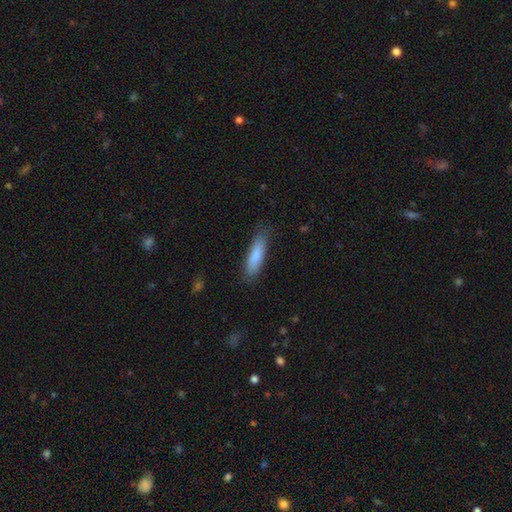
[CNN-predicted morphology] smooth 85%, featured or disk 9%, star or artifact 6%. Down the decision tree: how rounded — cigar-shaped (67%); merging — none (83%).